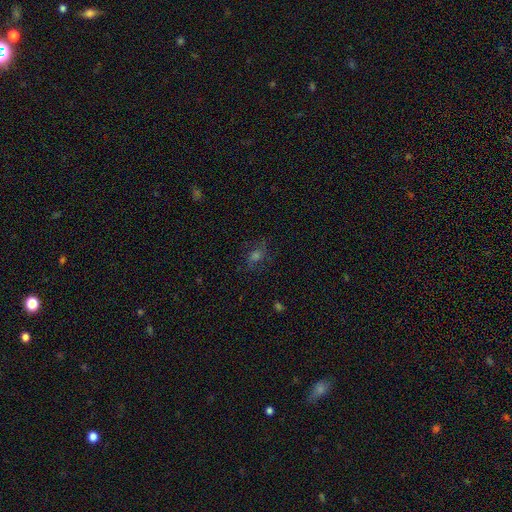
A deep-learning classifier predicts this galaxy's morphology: Smooth or featured: smooth — 36% (featured or disk — 33%)
Merging: none — 73% (minor disturbance — 16%)